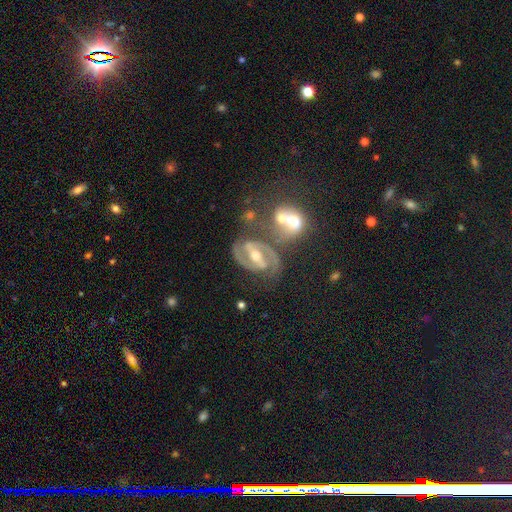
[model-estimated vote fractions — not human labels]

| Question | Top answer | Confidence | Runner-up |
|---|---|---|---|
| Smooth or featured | featured or disk | 86% | smooth (7%) |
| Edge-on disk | no | 96% | yes (4%) |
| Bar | strong | 55% | weak (32%) |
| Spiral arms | yes | 92% | no (8%) |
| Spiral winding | medium | 51% | tight (35%) |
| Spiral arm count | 2 | 89% | can't tell (5%) |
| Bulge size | moderate | 63% | small (31%) |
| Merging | none | 56% | merger (18%) |